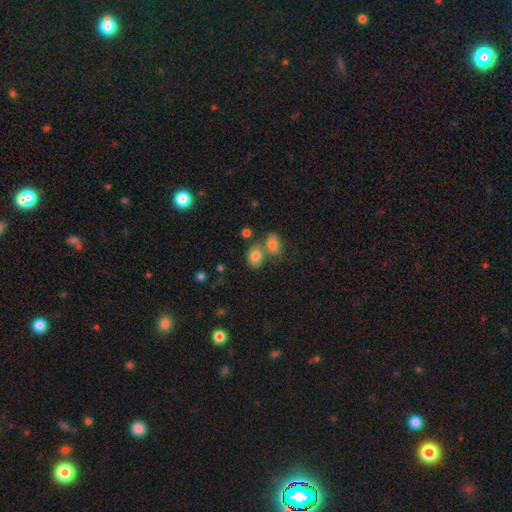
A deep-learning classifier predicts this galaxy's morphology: type=smooth (80%); roundness=in between (76%); merging=none (47%).